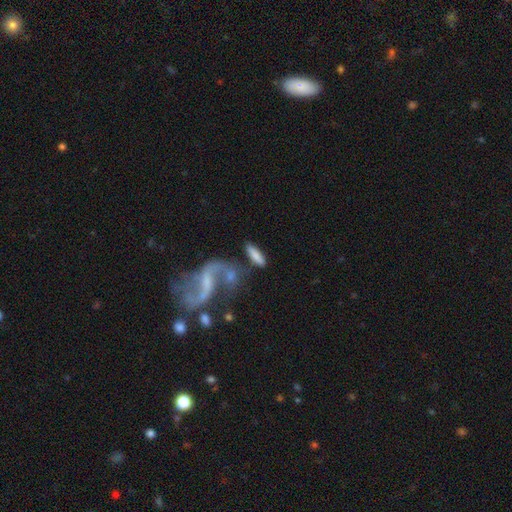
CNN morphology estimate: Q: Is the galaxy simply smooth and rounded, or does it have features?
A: smooth — 66%.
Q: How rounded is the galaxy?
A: cigar-shaped — 60%.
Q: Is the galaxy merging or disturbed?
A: none — 52%.